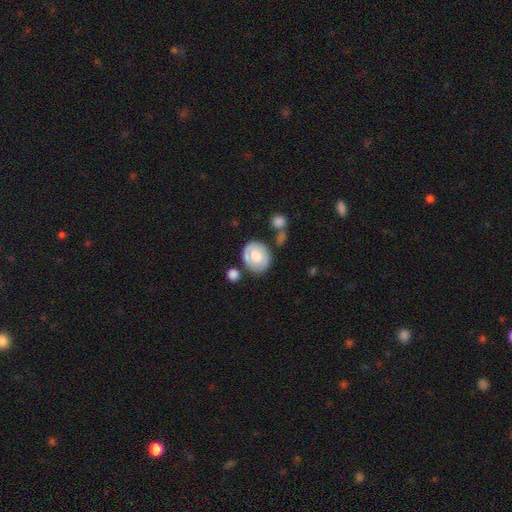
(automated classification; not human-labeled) Morphology: type=smooth (56%); roundness=round (61%); merging=none (63%).